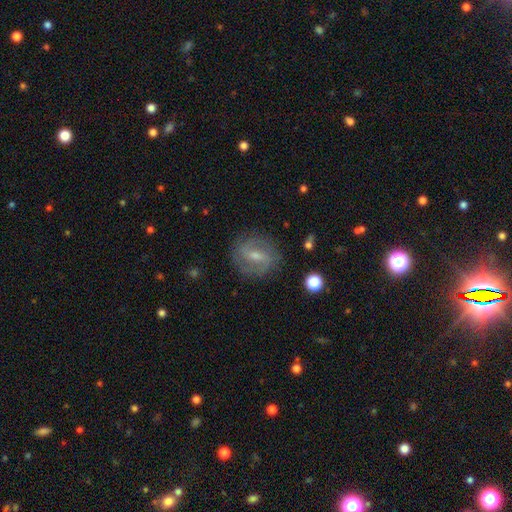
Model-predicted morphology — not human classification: A featured or disk galaxy (70%) with a weak bar (54%), 2 (80%) medium (45%) spiral arms (86%) and a small central bulge (48%).

Vote fractions:
- Smooth or featured? featured or disk: 70% / smooth: 22% / star or artifact: 8%
- Edge-on disk? no: 96% / yes: 4%
- Bar? weak: 54% / strong: 28% / no: 19%
- Spiral arms? yes: 86% / no: 14%
- Spiral winding? medium: 45% / tight: 33% / loose: 23%
- Spiral arm count? 2: 80% / can't tell: 12% / 3: 3% / 1: 3% / 4: 1% / more than 4: 1%
- Bulge size? small: 48% / moderate: 44% / none: 4% / large: 2% / dominant: 1%
- Merging? none: 83% / minor disturbance: 12% / major disturbance: 4% / merger: 1%